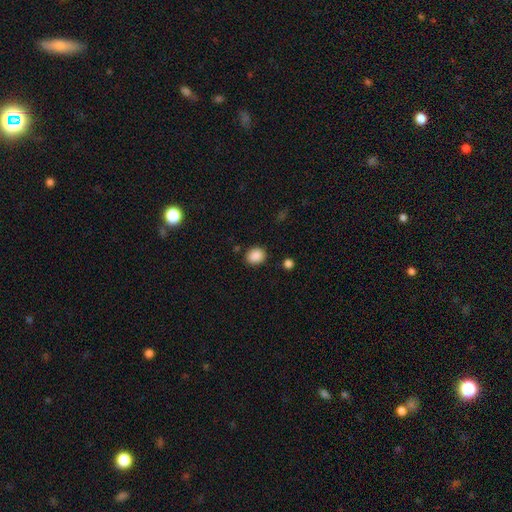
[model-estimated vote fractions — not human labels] Smooth or featured: smooth — 88% (star or artifact — 9%)
How rounded: round — 64% (in between — 35%)
Merging: none — 86% (minor disturbance — 9%)